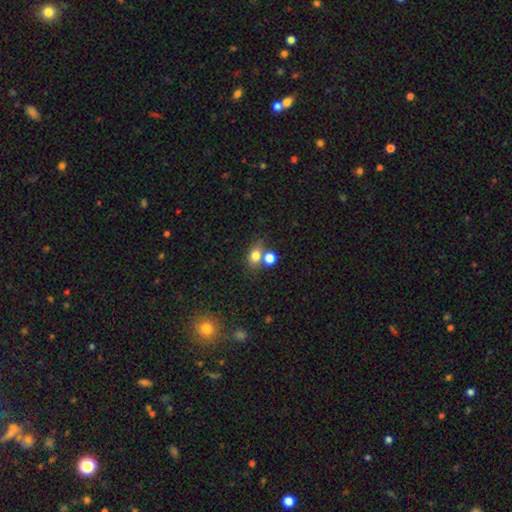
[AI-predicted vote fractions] Smooth or featured: smooth — 77% (star or artifact — 13%)
How rounded: in between — 60% (round — 38%)
Merging: none — 50% (merger — 33%)